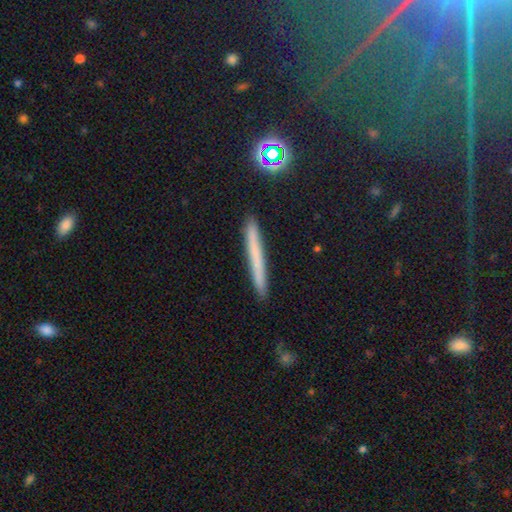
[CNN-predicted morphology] smooth 61%, featured or disk 29%, star or artifact 11%. Down the decision tree: how rounded — cigar-shaped (97%); merging — none (91%).